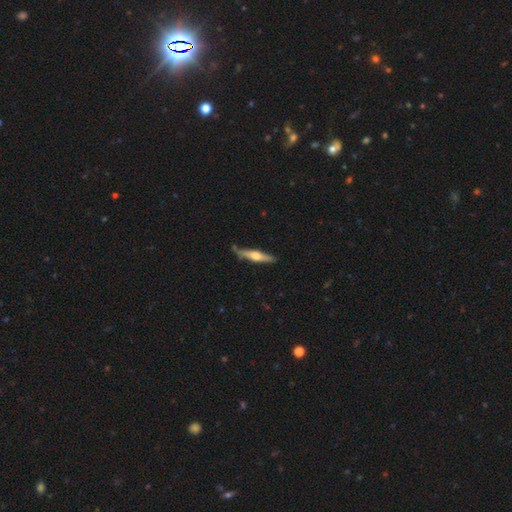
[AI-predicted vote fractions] Smooth or featured? featured or disk (58%)
Edge-on disk? yes (95%)
Edge-on bulge? rounded (91%)
Merging? none (82%)